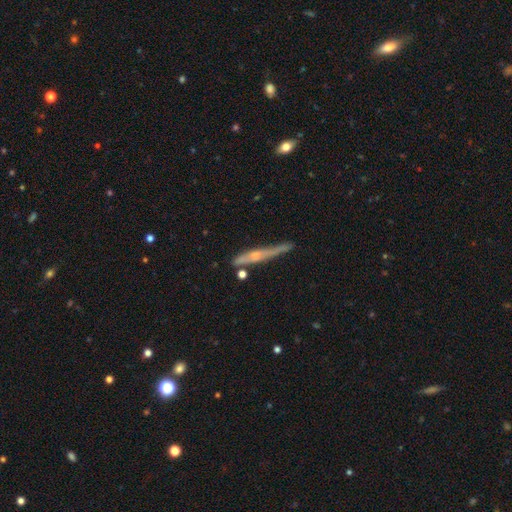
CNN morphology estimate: smooth-or-featured: featured or disk: 61% | smooth: 31% | star or artifact: 7%
  disk-edge-on: yes: 93% | no: 7%
    edge-on-bulge: rounded: 63% | none: 29% | boxy: 9%
  merging: none: 63% | minor disturbance: 24% | merger: 7% | major disturbance: 6%